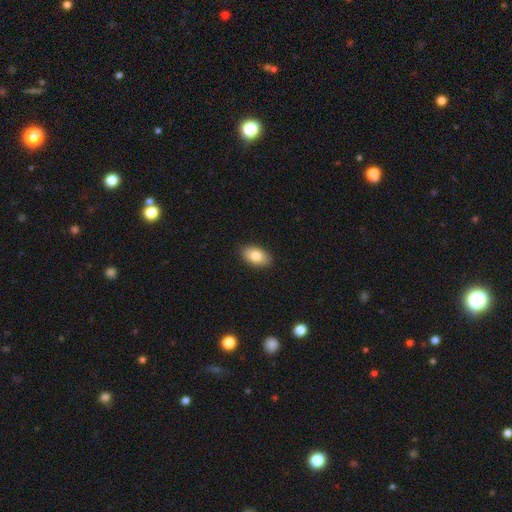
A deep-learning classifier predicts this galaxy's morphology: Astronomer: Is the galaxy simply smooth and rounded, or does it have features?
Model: smooth — 83%.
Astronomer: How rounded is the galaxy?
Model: in between — 93%.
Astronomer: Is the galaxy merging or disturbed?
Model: none — 89%.